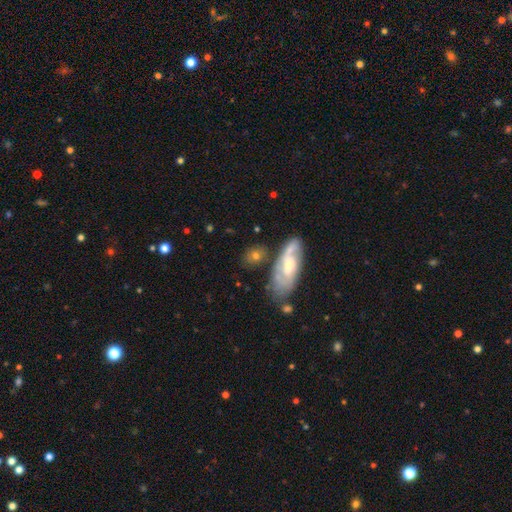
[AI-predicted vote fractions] Q: Smooth or featured?
A: smooth (59%); runner-up: featured or disk (33%)
Q: How rounded?
A: in between (62%); runner-up: round (29%)
Q: Merging?
A: none (58%); runner-up: minor disturbance (19%)